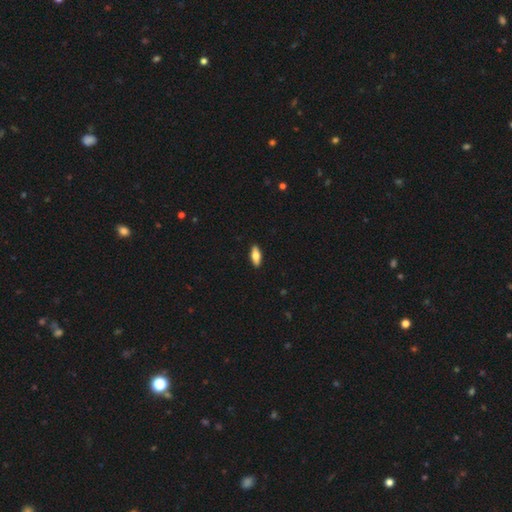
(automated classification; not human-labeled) A smooth galaxy with no disk features (70%) that is in between round and cigar-shaped (76%). Merging: none (91%).